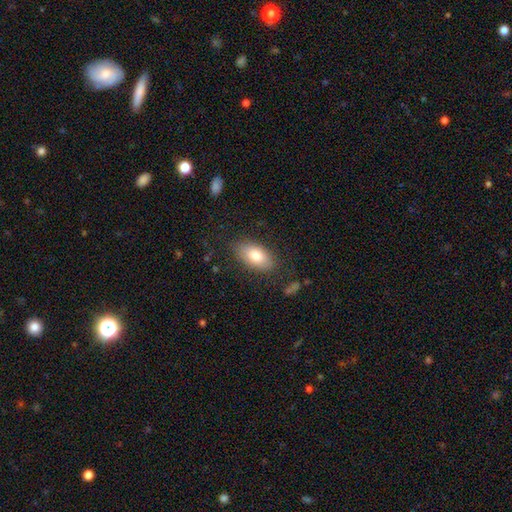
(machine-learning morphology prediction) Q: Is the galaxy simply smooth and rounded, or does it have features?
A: smooth — 79%.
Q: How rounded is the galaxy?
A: in between — 92%.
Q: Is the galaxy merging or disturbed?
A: none — 81%.